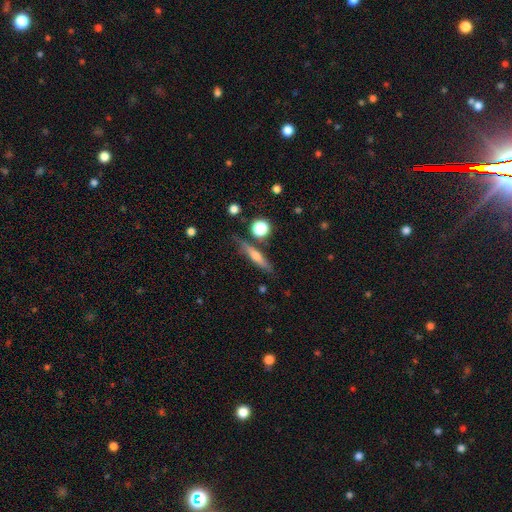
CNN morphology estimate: This is possibly a smooth galaxy (48%). Merging: likely none (76%).